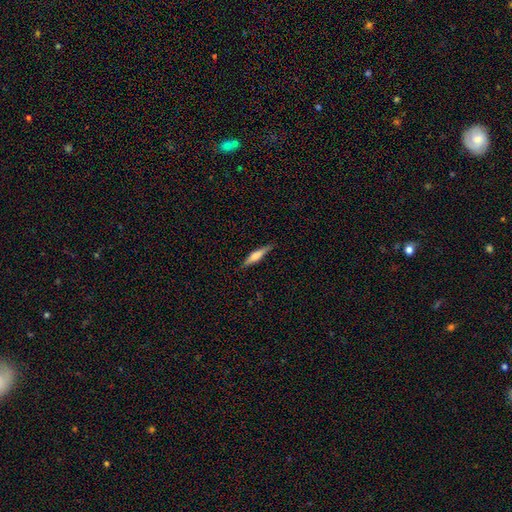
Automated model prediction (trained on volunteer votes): Smooth or featured?
  - smooth: 57% *
  - featured or disk: 37%
  - star or artifact: 6%
How rounded?
  - cigar-shaped: 83% *
  - in between: 16%
  - round: 2%
Merging?
  - none: 85% *
  - minor disturbance: 12%
  - major disturbance: 2%
  - merger: 1%